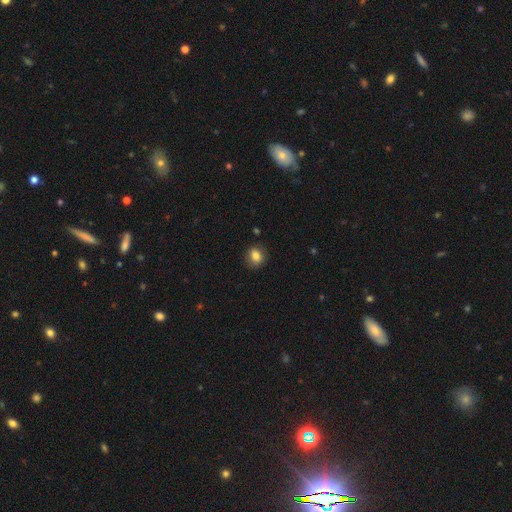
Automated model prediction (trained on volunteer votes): Smooth or featured? smooth (83%)
How rounded? round (63%)
Merging? none (85%)